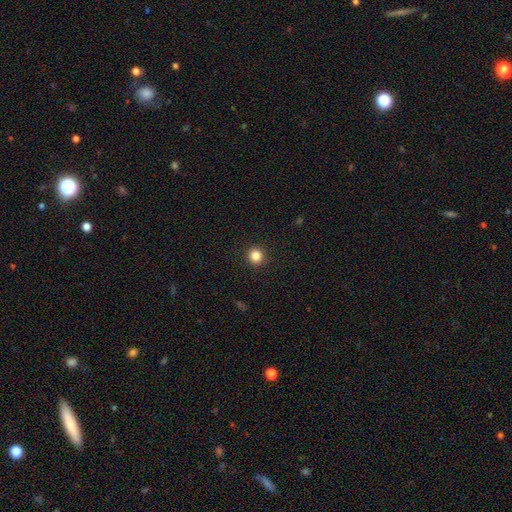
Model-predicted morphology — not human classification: Smooth or featured? Predicted: smooth (p=0.84). How rounded? Predicted: round (p=0.92). Merging? Predicted: none (p=0.93).